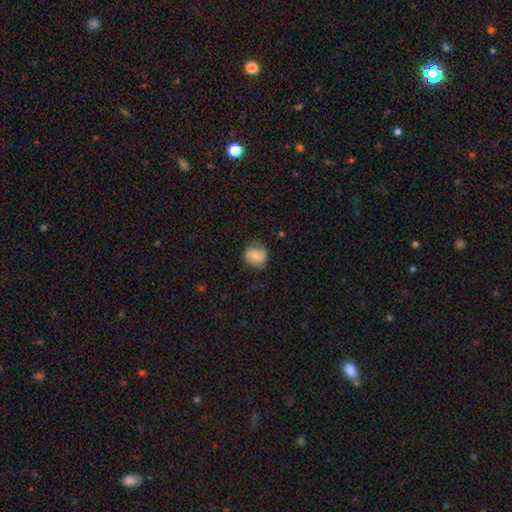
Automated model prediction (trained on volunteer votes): smooth_or_featured: smooth (p=0.64) [alt: featured or disk p=0.28]
how_rounded: round (p=0.76) [alt: in between p=0.23]
merging: none (p=0.71) [alt: minor disturbance p=0.21]